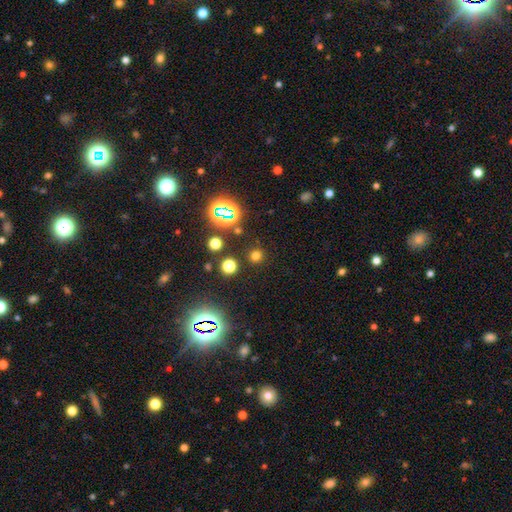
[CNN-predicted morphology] The model was most divided on "smooth or featured": smooth: 66%, star or artifact: 28%, featured or disk: 6%. More confident: how rounded — round (92%); merging — none (87%).